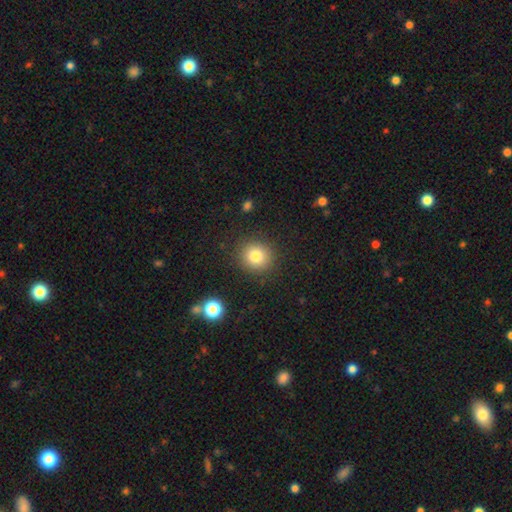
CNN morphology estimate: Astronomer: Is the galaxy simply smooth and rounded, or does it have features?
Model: smooth — 80%.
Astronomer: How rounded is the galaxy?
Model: round — 88%.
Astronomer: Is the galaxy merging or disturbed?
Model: none — 88%.